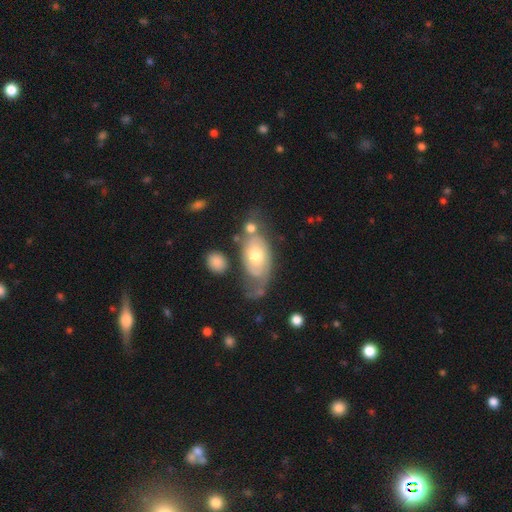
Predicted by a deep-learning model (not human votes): This is possibly a featured or disk galaxy (56%). It is clearly not viewed edge-on (90%). Bar: clearly no (83%). Spiral arm pattern: likely yes (64%). Central bulge: likely moderate (69%). Merging: marginally none (37%).